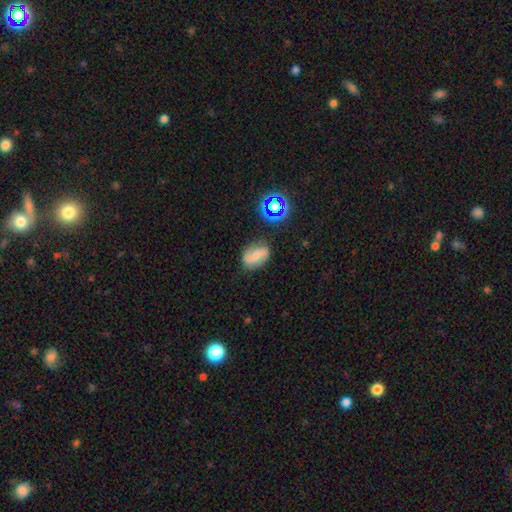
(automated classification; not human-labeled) The model was most divided on "smooth or featured": featured or disk: 52%, smooth: 36%, star or artifact: 12%. More confident: edge-on disk — no (96%); merging — none (75%).